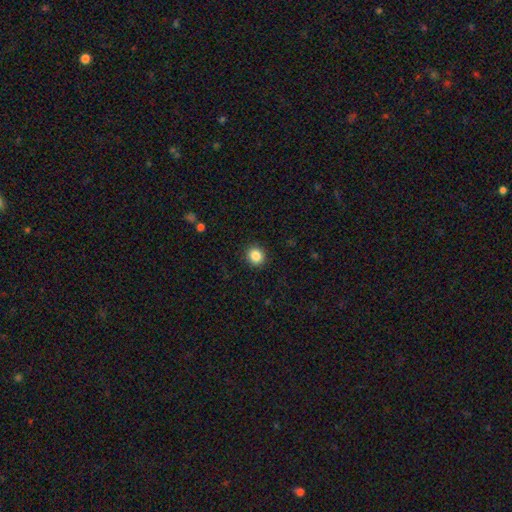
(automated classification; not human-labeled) Smooth or featured? Predicted: smooth (p=0.86). How rounded? Predicted: round (p=0.87). Merging? Predicted: none (p=0.91).